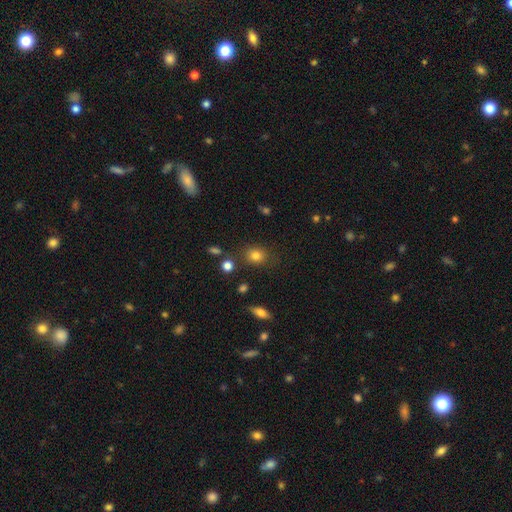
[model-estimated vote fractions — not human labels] Morphology: type=smooth (81%); roundness=round (57%); merging=none (78%).